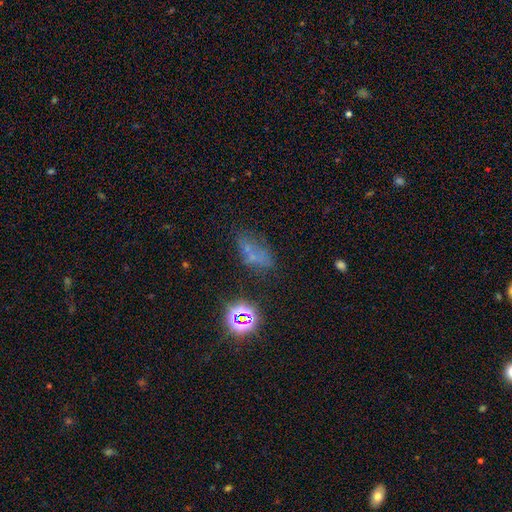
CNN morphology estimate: Smooth or featured: smooth — 43% (star or artifact — 35%)
Merging: none — 49% (minor disturbance — 20%)